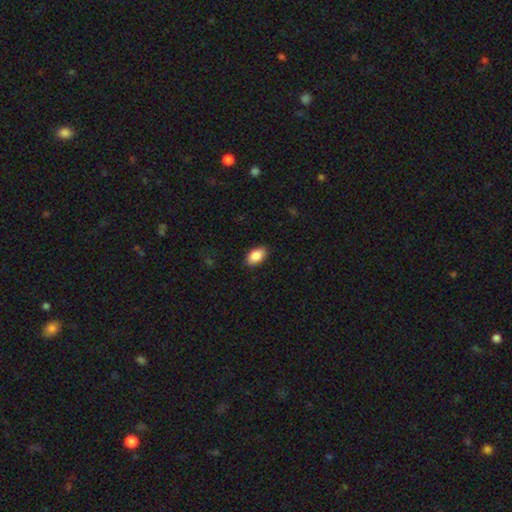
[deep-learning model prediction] This is clearly a smooth galaxy (87%). How rounded: clearly in between (92%). Merging: clearly none (88%).